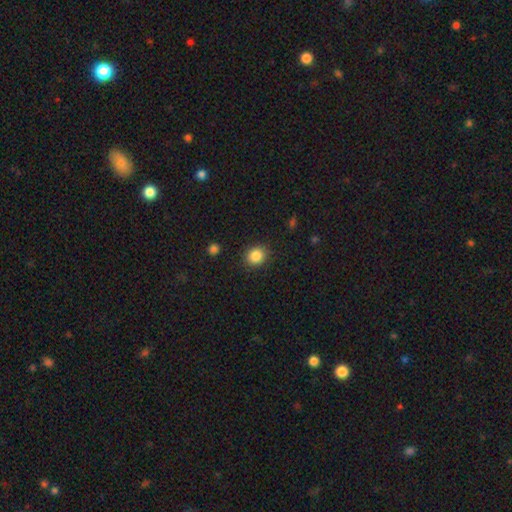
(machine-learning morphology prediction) Q: Smooth or featured?
A: smooth (86%); runner-up: star or artifact (10%)
Q: How rounded?
A: round (75%); runner-up: in between (24%)
Q: Merging?
A: none (88%); runner-up: minor disturbance (8%)